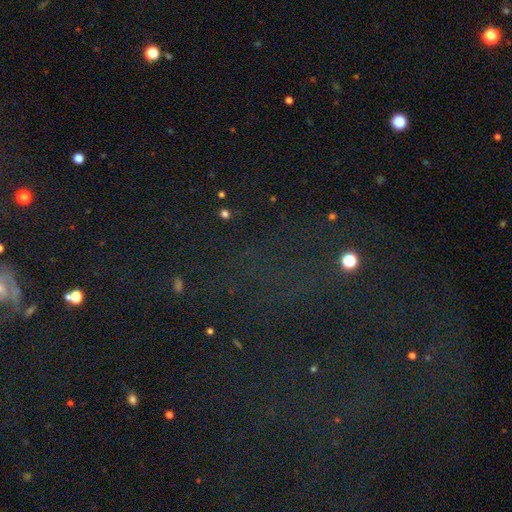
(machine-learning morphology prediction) Smooth or featured? star or artifact (73%)